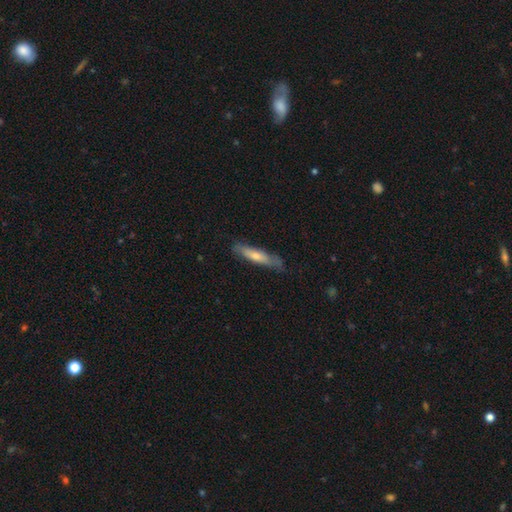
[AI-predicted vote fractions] A smooth galaxy with no disk features (53%) that is cigar-shaped (87%). Merging: none (77%).